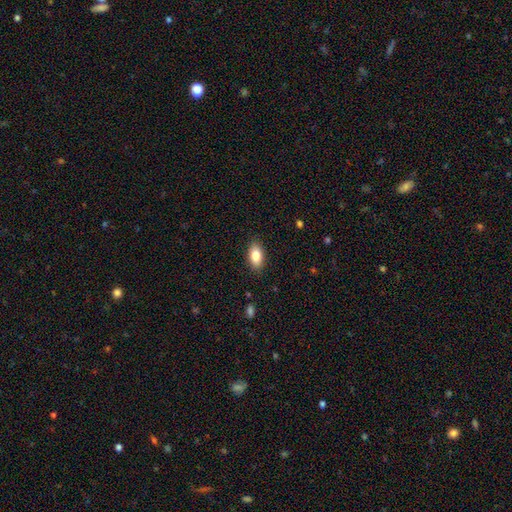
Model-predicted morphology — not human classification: Q: Smooth or featured?
A: smooth (84%); runner-up: featured or disk (9%)
Q: How rounded?
A: in between (92%); runner-up: round (5%)
Q: Merging?
A: none (88%); runner-up: minor disturbance (9%)